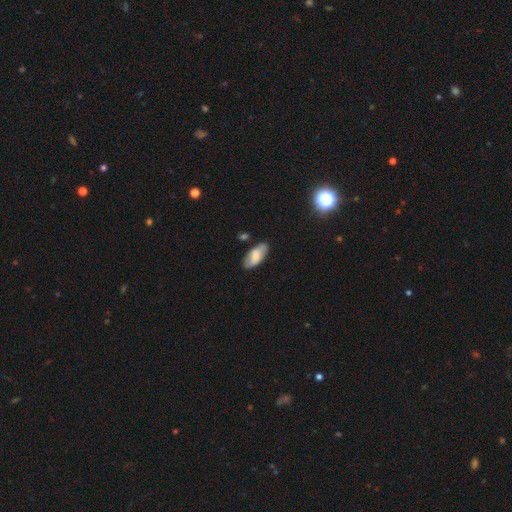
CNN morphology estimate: This appears to be a smooth galaxy with no disk features (67%) that is in between round and cigar-shaped (89%). Merging: none (78%).